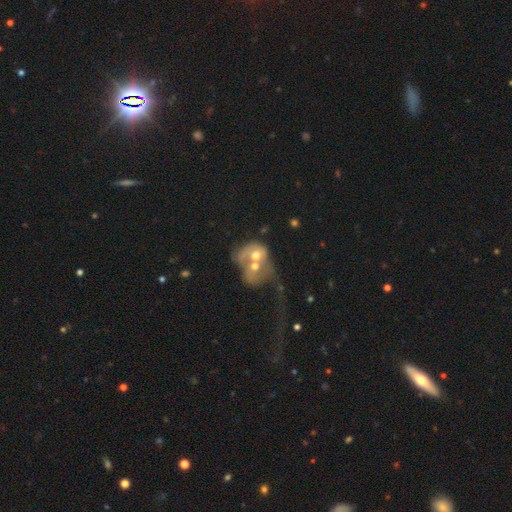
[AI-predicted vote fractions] Smooth or featured: featured or disk — 49% (smooth — 43%)
Merging: merger — 76% (major disturbance — 12%)